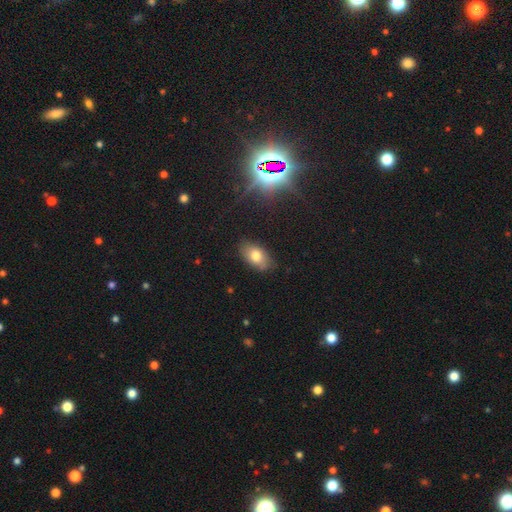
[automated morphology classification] Smooth or featured: smooth — 75% (featured or disk — 15%)
How rounded: in between — 91% (round — 7%)
Merging: none — 80% (minor disturbance — 16%)